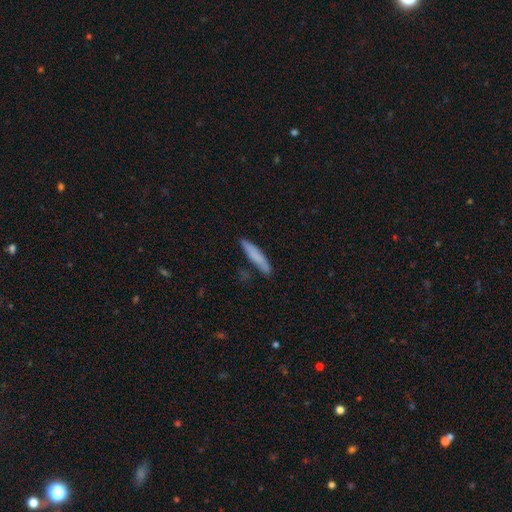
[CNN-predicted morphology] A smooth galaxy with no disk features (76%) that is cigar-shaped (91%). Merging: none (82%).